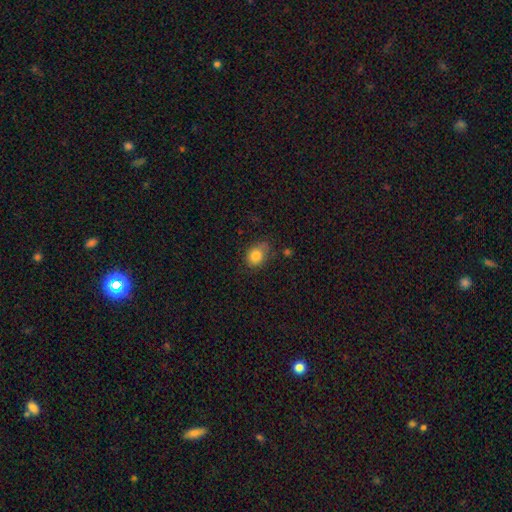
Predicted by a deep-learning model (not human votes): A smooth galaxy with no disk features (83%) that is in between round and cigar-shaped (65%). Merging: none (58%).